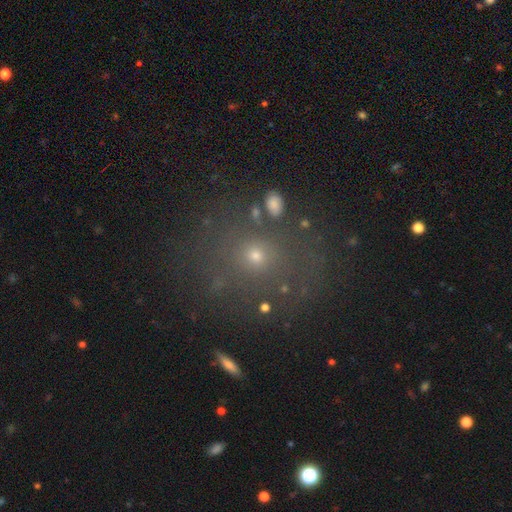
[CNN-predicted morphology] smooth 60%, star or artifact 24%, featured or disk 15%. Down the decision tree: how rounded — round (66%); merging — none (72%).